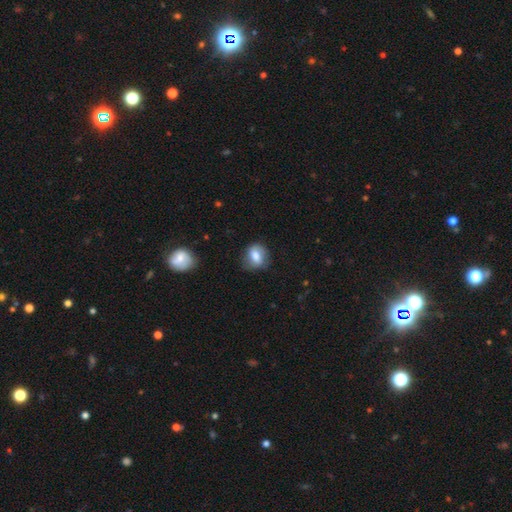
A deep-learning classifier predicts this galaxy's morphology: Smooth or featured?
  - smooth: 72% *
  - featured or disk: 19%
  - star or artifact: 8%
How rounded?
  - round: 53% *
  - in between: 46%
  - cigar-shaped: 1%
Merging?
  - none: 69% *
  - minor disturbance: 23%
  - major disturbance: 7%
  - merger: 1%